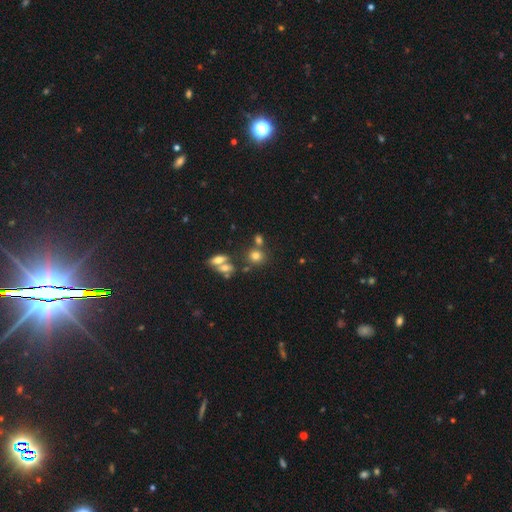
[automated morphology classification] A smooth galaxy with no disk features (73%) that is round (78%).

Vote fractions:
- Smooth or featured? smooth: 73% / star or artifact: 16% / featured or disk: 11%
- How rounded? round: 78% / in between: 20% / cigar-shaped: 2%
- Merging? none: 62% / merger: 23% / minor disturbance: 11% / major disturbance: 4%